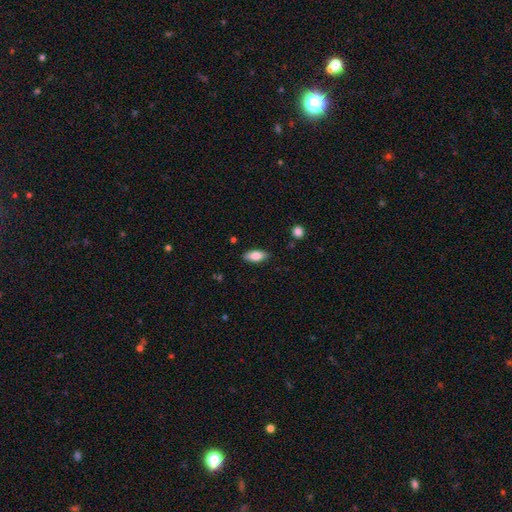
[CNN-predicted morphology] Overall: smooth (78%). How rounded: in between (84%). Merging: none (86%).